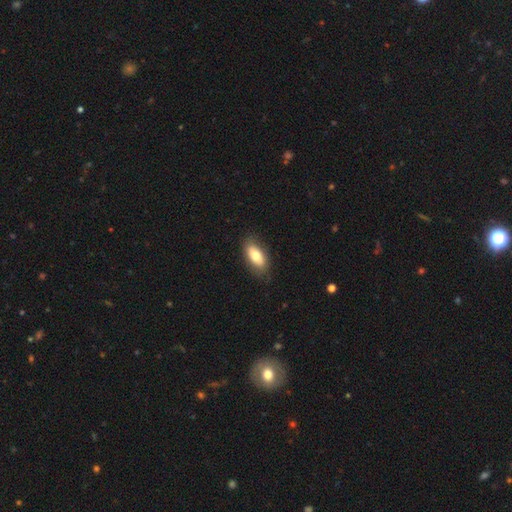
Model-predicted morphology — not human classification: smooth-or-featured: smooth: 73% | featured or disk: 21% | star or artifact: 6%
  how-rounded: in between: 88% | cigar-shaped: 8% | round: 3%
  merging: none: 83% | minor disturbance: 13% | major disturbance: 3% | merger: 1%